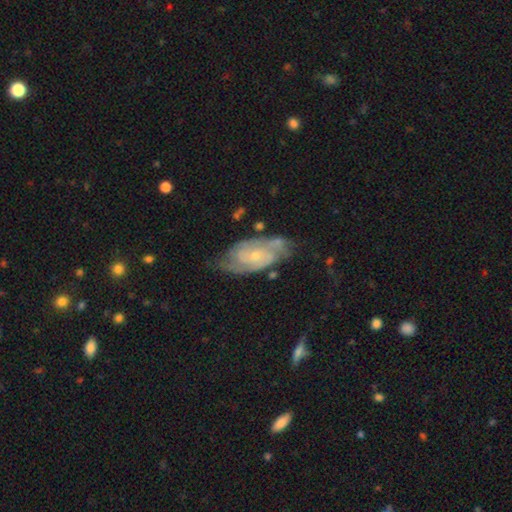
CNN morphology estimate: Smooth or featured?
  - featured or disk: 84% *
  - smooth: 10%
  - star or artifact: 6%
Edge-on disk?
  - no: 95% *
  - yes: 5%
Bar?
  - no: 63% *
  - weak: 30%
  - strong: 7%
Spiral arms?
  - yes: 95% *
  - no: 5%
Spiral winding?
  - tight: 54% *
  - medium: 37%
  - loose: 10%
Spiral arm count?
  - 2: 64% *
  - can't tell: 16%
  - 3: 11%
  - 4: 3%
  - 1: 3%
  - more than 4: 2%
Bulge size?
  - small: 68% *
  - moderate: 28%
  - none: 2%
  - large: 1%
  - dominant: 1%
Merging?
  - none: 66% *
  - minor disturbance: 23%
  - major disturbance: 8%
  - merger: 3%